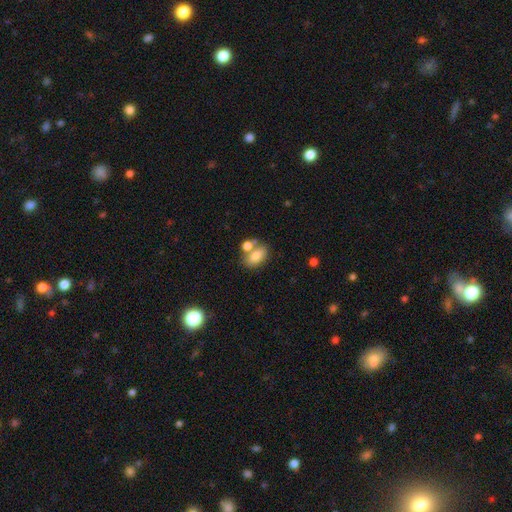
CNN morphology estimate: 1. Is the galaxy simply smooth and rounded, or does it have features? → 79% smooth, 13% featured or disk, 8% star or artifact.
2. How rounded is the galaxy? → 87% in between, 10% round, 3% cigar-shaped.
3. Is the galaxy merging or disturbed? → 50% none, 34% merger, 12% minor disturbance, 5% major disturbance.